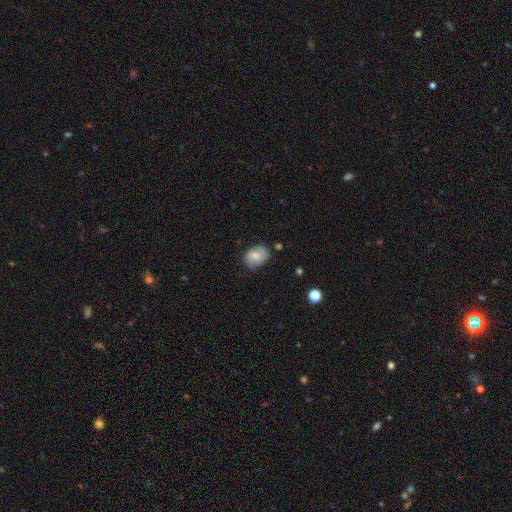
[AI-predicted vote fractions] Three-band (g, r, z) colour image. It shows a smooth galaxy with no disk features (58%) that is in between round and cigar-shaped (58%). Merging: none (66%).